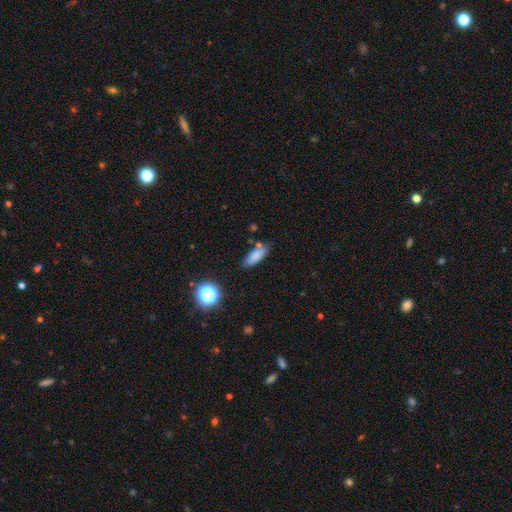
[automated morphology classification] Overall: smooth (79%). How rounded: in between (67%; cigar-shaped 29%). Merging: none (73%).